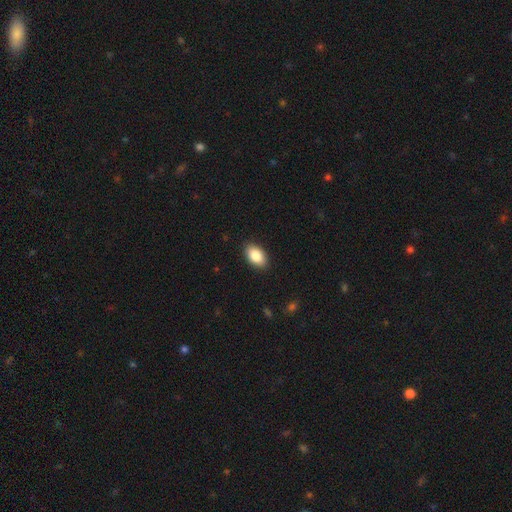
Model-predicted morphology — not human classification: This appears to be a smooth galaxy with no disk features (87%) that is in between round and cigar-shaped (93%). Merging: none (89%).